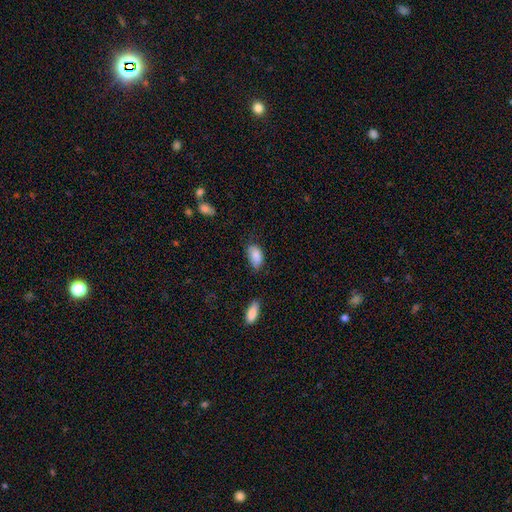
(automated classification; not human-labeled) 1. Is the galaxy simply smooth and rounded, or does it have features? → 86% smooth, 7% star or artifact, 6% featured or disk.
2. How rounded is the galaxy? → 94% in between, 4% round, 2% cigar-shaped.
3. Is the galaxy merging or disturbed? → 60% none, 31% minor disturbance, 6% major disturbance, 2% merger.